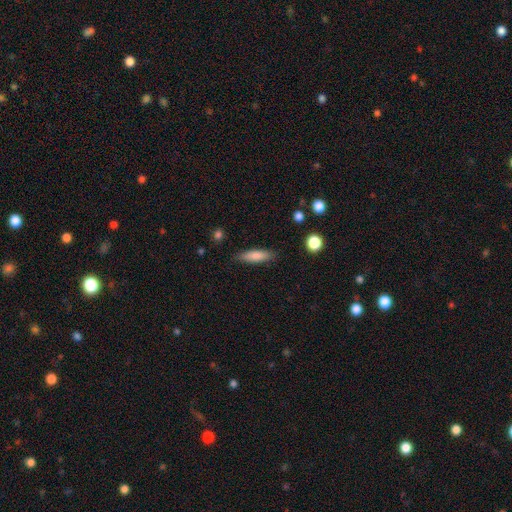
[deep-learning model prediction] Smooth or featured?
  - smooth: 80% *
  - featured or disk: 13%
  - star or artifact: 7%
How rounded?
  - cigar-shaped: 64% *
  - in between: 34%
  - round: 2%
Merging?
  - none: 84% *
  - minor disturbance: 12%
  - major disturbance: 3%
  - merger: 1%